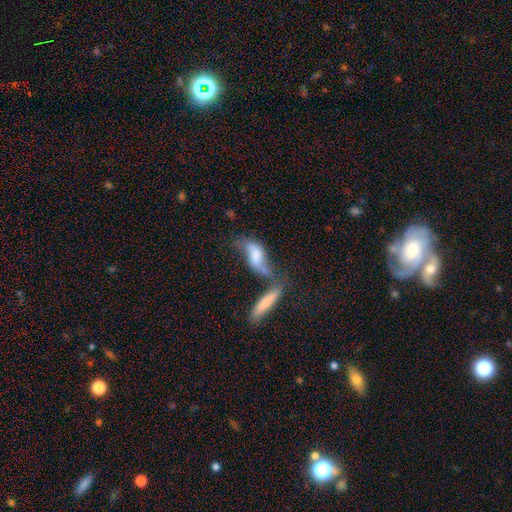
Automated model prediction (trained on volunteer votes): Smooth or featured? featured or disk (47%)
Merging? merger (45%)